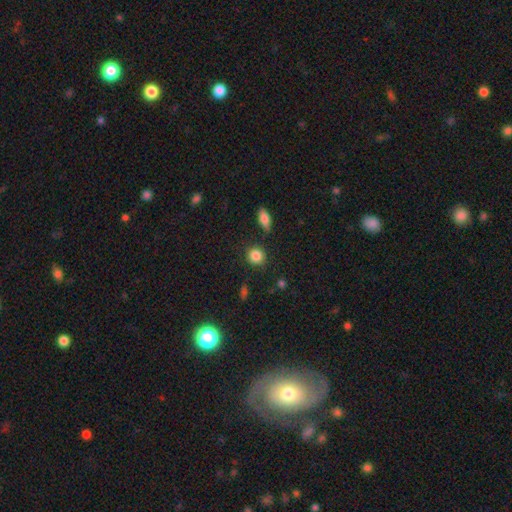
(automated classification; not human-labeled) Smooth or featured?
  - smooth: 85% *
  - star or artifact: 10%
  - featured or disk: 5%
How rounded?
  - round: 86% *
  - in between: 12%
  - cigar-shaped: 1%
Merging?
  - none: 85% *
  - minor disturbance: 9%
  - merger: 3%
  - major disturbance: 3%